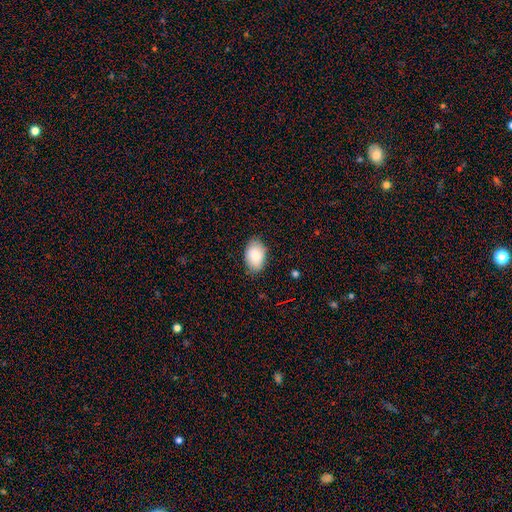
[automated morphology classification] Smooth or featured?
  - smooth: 83% *
  - featured or disk: 10%
  - star or artifact: 7%
How rounded?
  - in between: 89% *
  - round: 10%
  - cigar-shaped: 1%
Merging?
  - none: 83% *
  - minor disturbance: 14%
  - major disturbance: 3%
  - merger: 1%